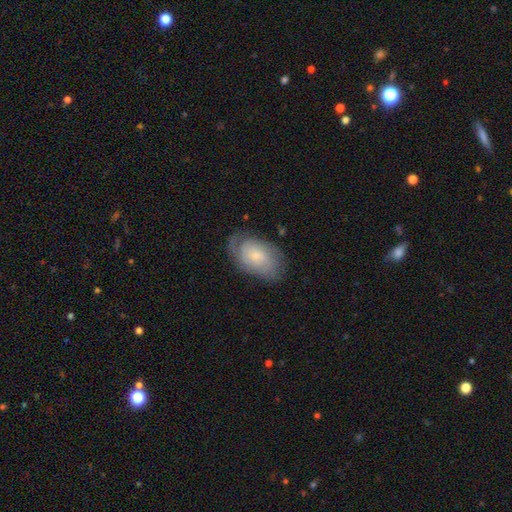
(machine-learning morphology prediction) Smooth or featured: featured or disk — 60% (smooth — 33%)
Edge-on disk: no — 95% (yes — 5%)
Bar: no — 79% (weak — 19%)
Spiral arms: yes — 83% (no — 17%)
Bulge size: small — 71% (moderate — 21%)
Merging: none — 68% (minor disturbance — 21%)